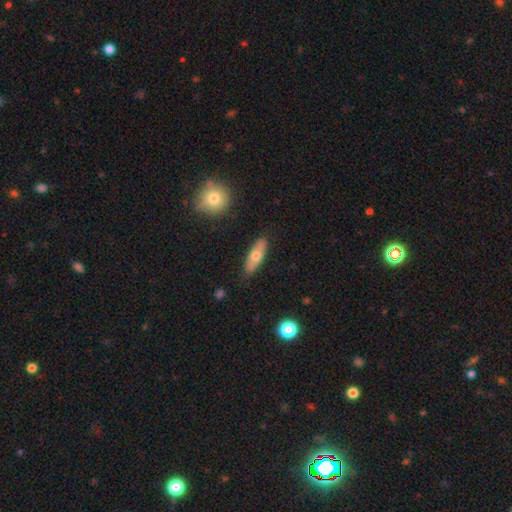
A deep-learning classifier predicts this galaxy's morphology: smooth 63%, featured or disk 31%, star or artifact 6%. Down the decision tree: how rounded — in between (62%); merging — none (81%).